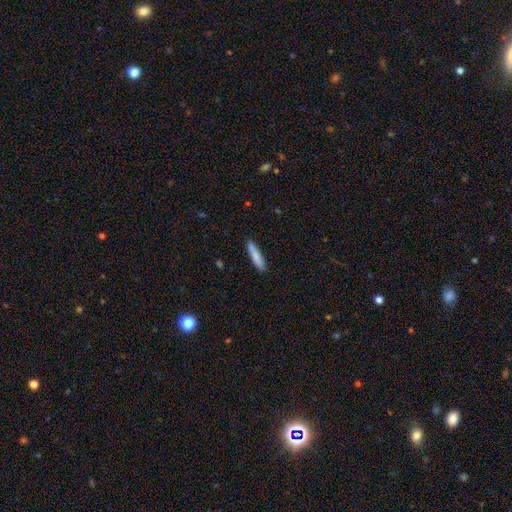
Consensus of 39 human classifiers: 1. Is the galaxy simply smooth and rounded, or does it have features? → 87% smooth, 10% featured or disk, 3% star or artifact.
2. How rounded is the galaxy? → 88% cigar-shaped, 12% in between, 0% round.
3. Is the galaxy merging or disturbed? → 89% none, 11% minor disturbance, 0% major disturbance, 0% merger.